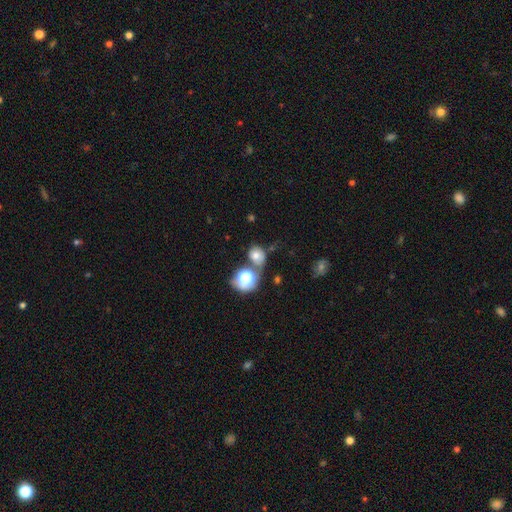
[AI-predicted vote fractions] This is likely a smooth galaxy (67%). How rounded: likely round (66%). Merging: possibly none (56%).